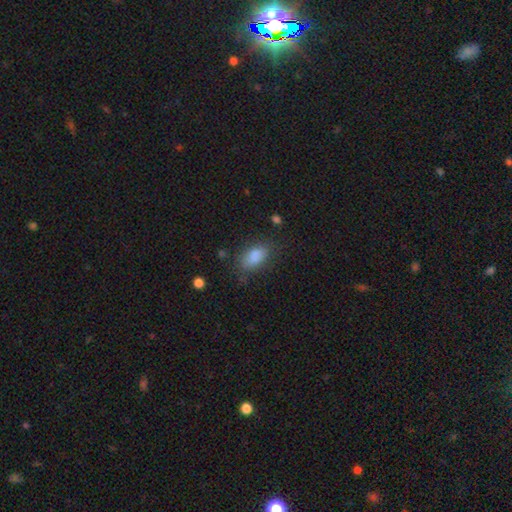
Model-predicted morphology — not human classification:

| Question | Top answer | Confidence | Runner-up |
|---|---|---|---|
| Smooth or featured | smooth | 85% | star or artifact (9%) |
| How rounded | in between | 88% | cigar-shaped (6%) |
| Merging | none | 74% | minor disturbance (18%) |